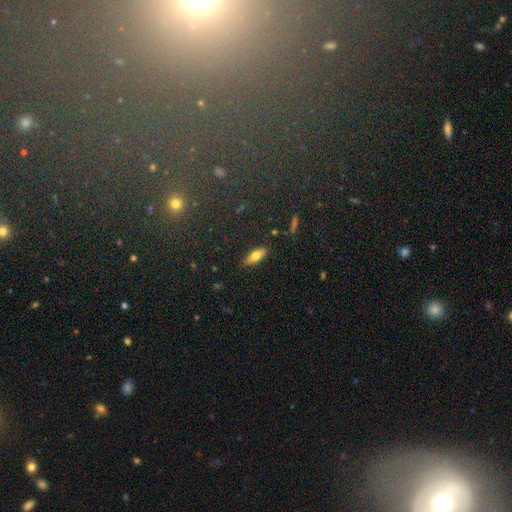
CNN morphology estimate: Smooth or featured? Predicted: smooth (p=0.64). How rounded? Predicted: in between (p=0.64). Merging? Predicted: none (p=0.85).